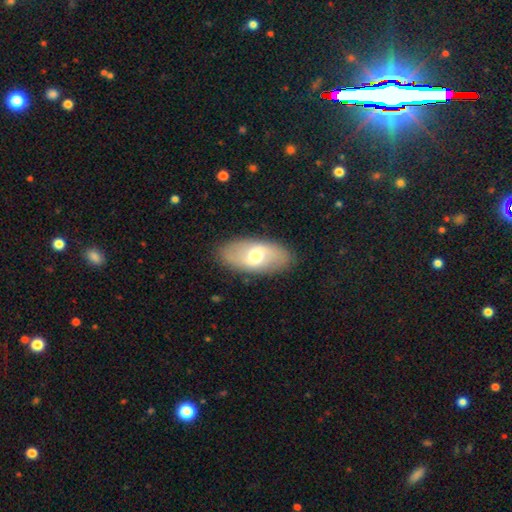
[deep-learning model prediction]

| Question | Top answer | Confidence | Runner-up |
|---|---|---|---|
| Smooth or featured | featured or disk | 48% | smooth (46%) |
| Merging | none | 86% | minor disturbance (9%) |